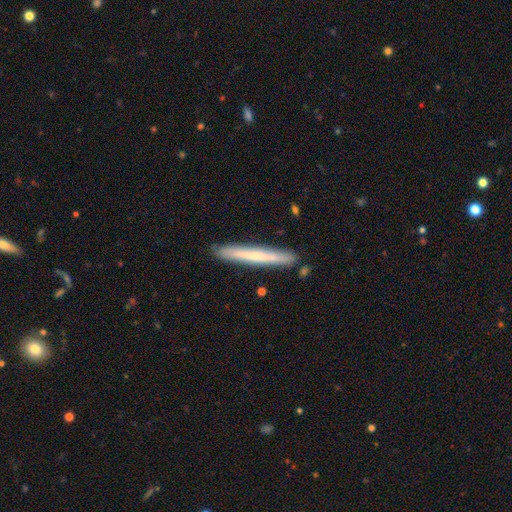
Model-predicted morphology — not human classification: smooth-or-featured: smooth: 60% | featured or disk: 34% | star or artifact: 6%
  how-rounded: cigar-shaped: 97% | in between: 2% | round: 1%
  merging: none: 88% | minor disturbance: 8% | merger: 2% | major disturbance: 1%